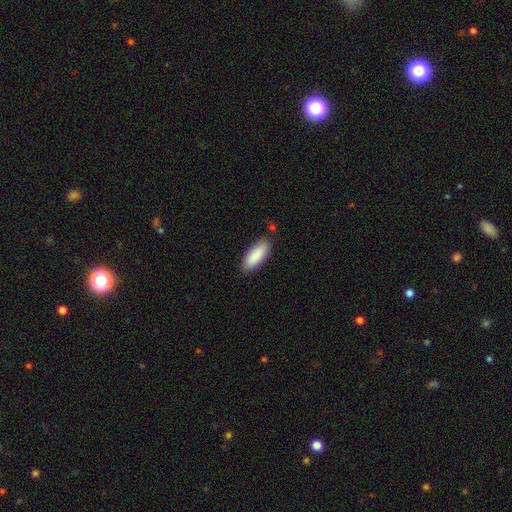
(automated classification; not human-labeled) This is clearly a smooth galaxy (89%). How rounded: likely in between (75%). Merging: clearly none (84%).